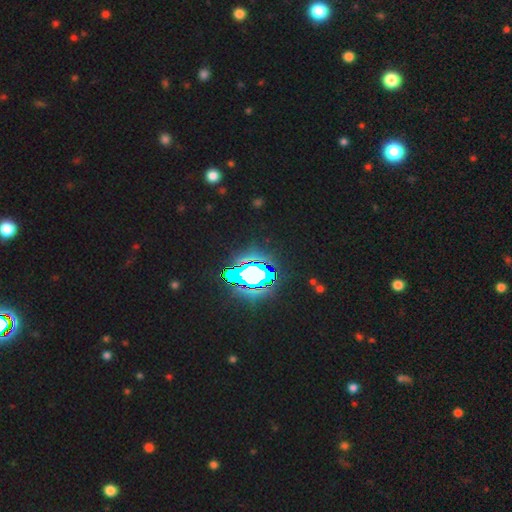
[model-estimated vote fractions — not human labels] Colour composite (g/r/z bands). It shows a star or artifact, not a galaxy (84%).